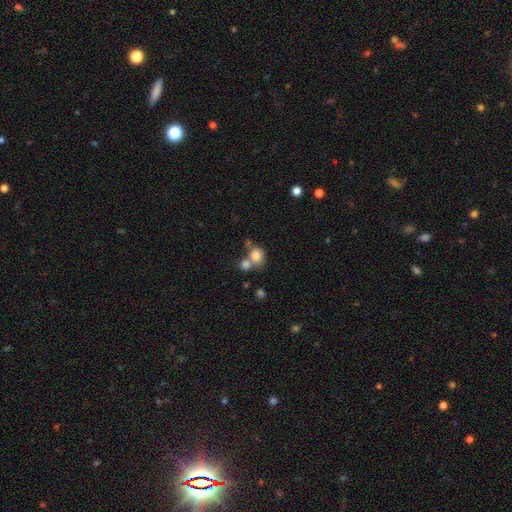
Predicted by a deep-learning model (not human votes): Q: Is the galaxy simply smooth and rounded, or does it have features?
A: smooth — 78%.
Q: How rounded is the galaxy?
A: round — 62%.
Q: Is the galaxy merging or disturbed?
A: merger — 48%.